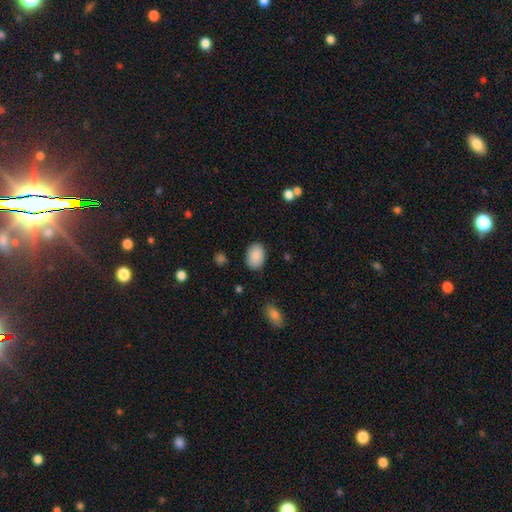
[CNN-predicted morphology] Q: Smooth or featured?
A: smooth (89%); runner-up: star or artifact (7%)
Q: How rounded?
A: in between (83%); runner-up: round (16%)
Q: Merging?
A: none (85%); runner-up: minor disturbance (11%)